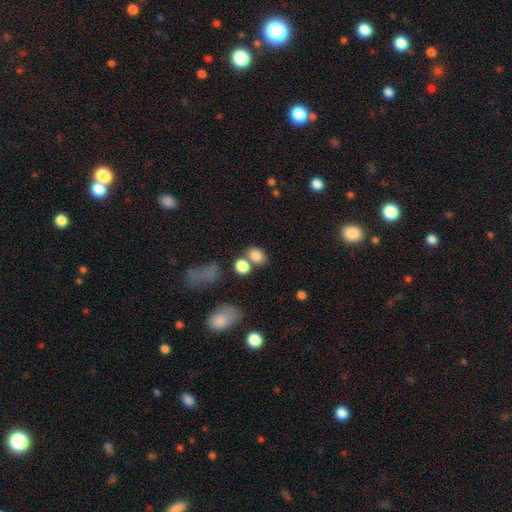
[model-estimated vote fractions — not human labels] This appears to be a smooth galaxy with no disk features (81%) that is in between round and cigar-shaped (69%). Merging: none (53%).